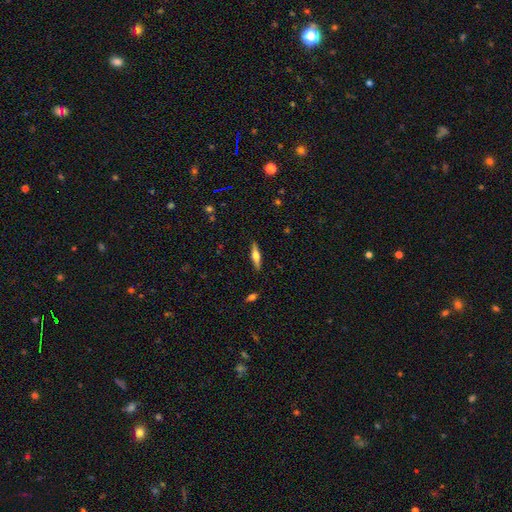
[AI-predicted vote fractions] The model was most divided on "smooth or featured": featured or disk: 50%, smooth: 43%, star or artifact: 6%. More confident: edge-on disk — yes (94%); merging — none (89%).